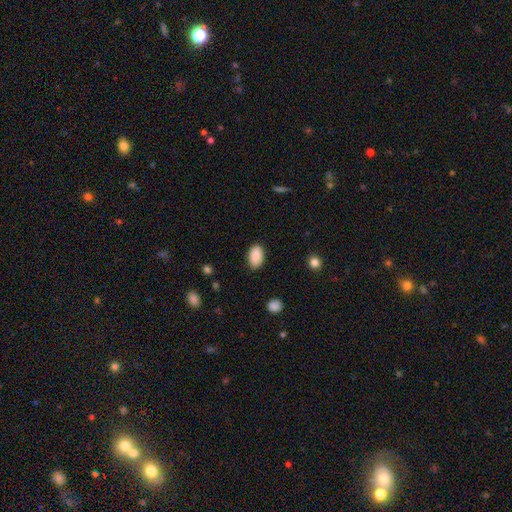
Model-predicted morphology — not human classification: smooth_or_featured: smooth (p=0.90) [alt: star or artifact p=0.07]
how_rounded: in between (p=0.93) [alt: round p=0.05]
merging: none (p=0.86) [alt: minor disturbance p=0.11]